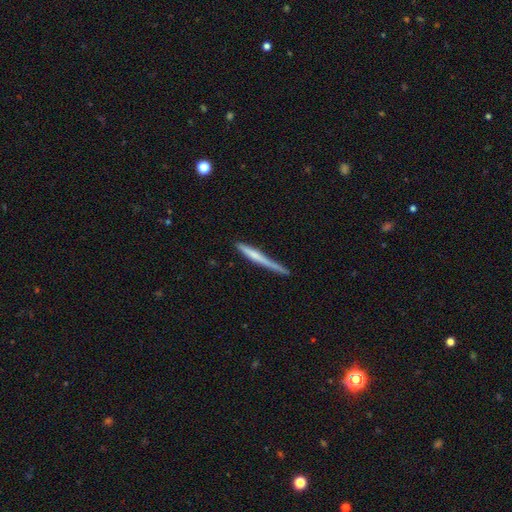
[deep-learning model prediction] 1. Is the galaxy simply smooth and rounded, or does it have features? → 50% smooth, 44% featured or disk, 6% star or artifact.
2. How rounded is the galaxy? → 96% cigar-shaped, 2% in between, 1% round.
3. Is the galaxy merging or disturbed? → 70% none, 22% minor disturbance, 5% major disturbance, 3% merger.